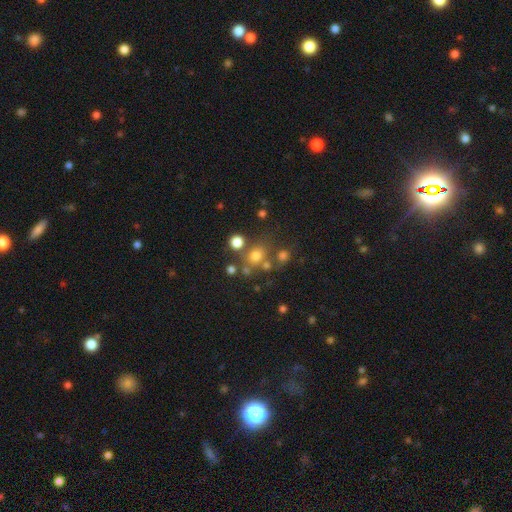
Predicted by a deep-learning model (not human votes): smooth_or_featured: smooth (p=0.68) [alt: star or artifact p=0.21]
how_rounded: round (p=0.78) [alt: in between p=0.21]
merging: none (p=0.64) [alt: merger p=0.19]